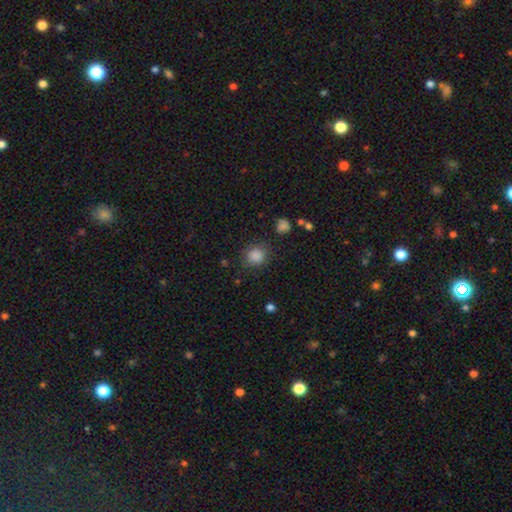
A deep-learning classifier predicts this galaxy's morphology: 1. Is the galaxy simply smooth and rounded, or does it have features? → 85% smooth, 11% star or artifact, 4% featured or disk.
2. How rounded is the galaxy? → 83% round, 16% in between, 1% cigar-shaped.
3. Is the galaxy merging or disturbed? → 79% none, 13% minor disturbance, 5% major disturbance, 2% merger.